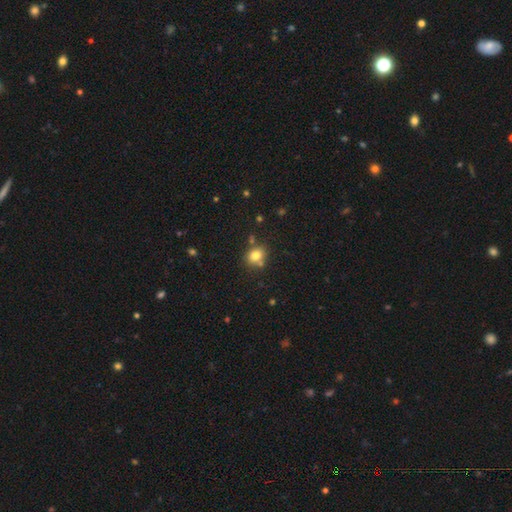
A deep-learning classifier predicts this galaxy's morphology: Smooth or featured: smooth — 78% (star or artifact — 12%)
How rounded: round — 64% (in between — 35%)
Merging: none — 69% (merger — 14%)